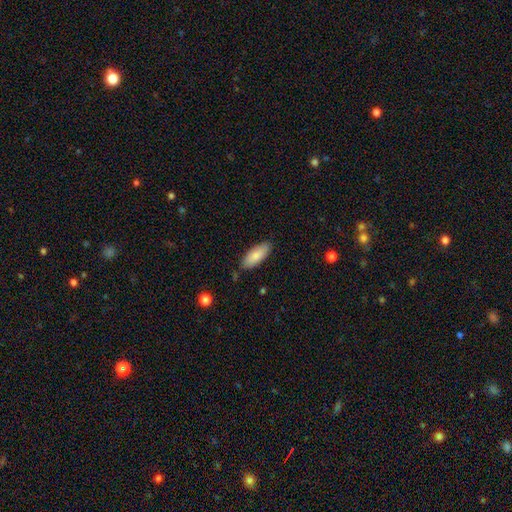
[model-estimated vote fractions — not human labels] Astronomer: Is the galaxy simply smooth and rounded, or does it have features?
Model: smooth — 84%.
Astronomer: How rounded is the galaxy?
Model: in between — 76%.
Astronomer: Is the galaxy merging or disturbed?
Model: none — 83%.